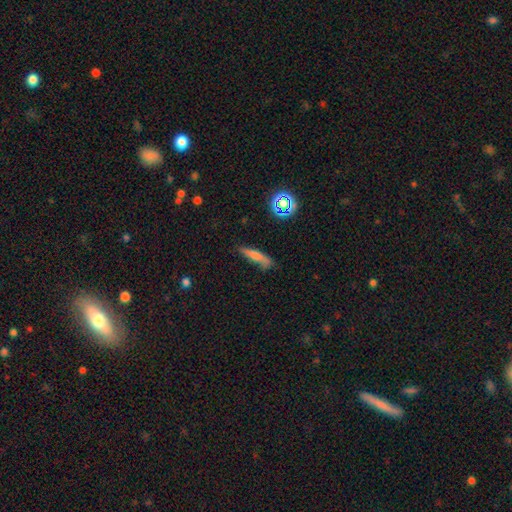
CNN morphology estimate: The model was most divided on "merging": none: 65%, minor disturbance: 24%, major disturbance: 7%, merger: 4%. More confident: how rounded — cigar-shaped (81%); smooth or featured — smooth (67%).